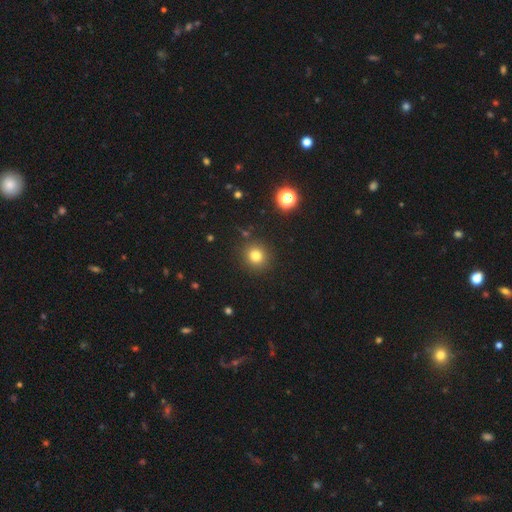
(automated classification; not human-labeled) Overall: smooth (79%). How rounded: round (90%). Merging: none (89%).